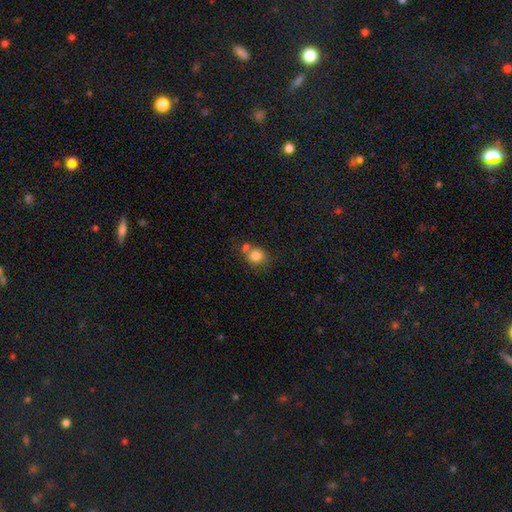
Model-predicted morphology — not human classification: Smooth or featured?
  - smooth: 81% *
  - star or artifact: 10%
  - featured or disk: 9%
How rounded?
  - round: 74% *
  - in between: 25%
  - cigar-shaped: 1%
Merging?
  - none: 48% *
  - merger: 32%
  - minor disturbance: 14%
  - major disturbance: 6%